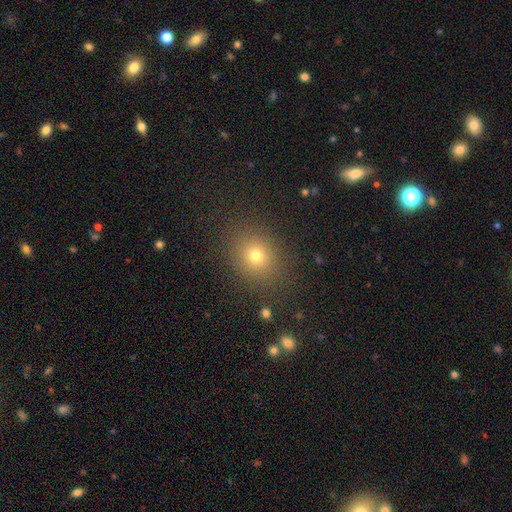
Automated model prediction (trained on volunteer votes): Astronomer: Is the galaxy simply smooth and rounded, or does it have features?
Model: smooth — 73%.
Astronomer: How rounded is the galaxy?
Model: round — 70%.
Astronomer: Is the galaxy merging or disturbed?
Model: none — 85%.